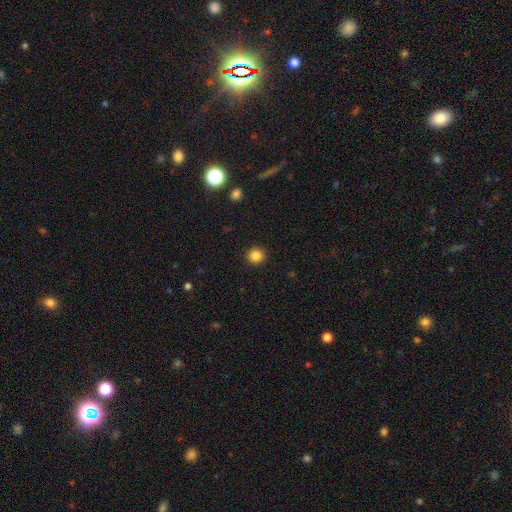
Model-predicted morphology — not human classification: Q: Smooth or featured?
A: smooth (85%); runner-up: star or artifact (11%)
Q: How rounded?
A: round (93%); runner-up: in between (6%)
Q: Merging?
A: none (92%); runner-up: minor disturbance (5%)